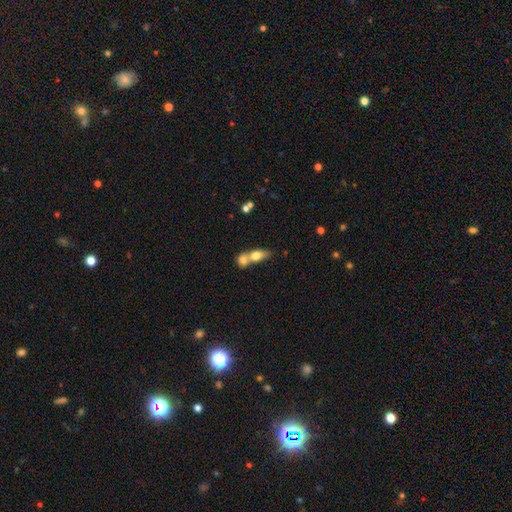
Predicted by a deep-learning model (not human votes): smooth 70%, featured or disk 22%, star or artifact 8%. Down the decision tree: how rounded — in between (66%); merging — merger (69%).